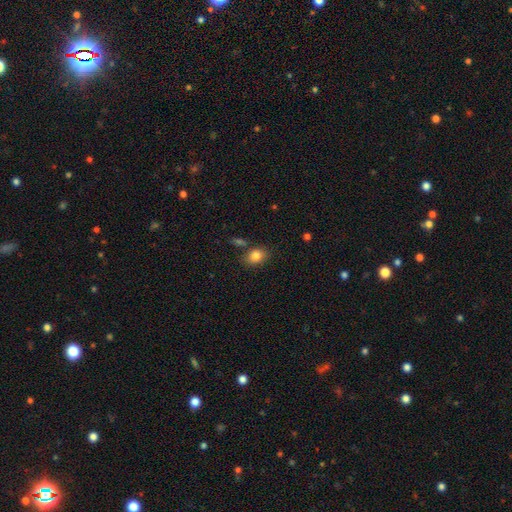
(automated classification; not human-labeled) This is clearly a smooth galaxy (83%). How rounded: likely in between (68%). Merging: likely none (73%).